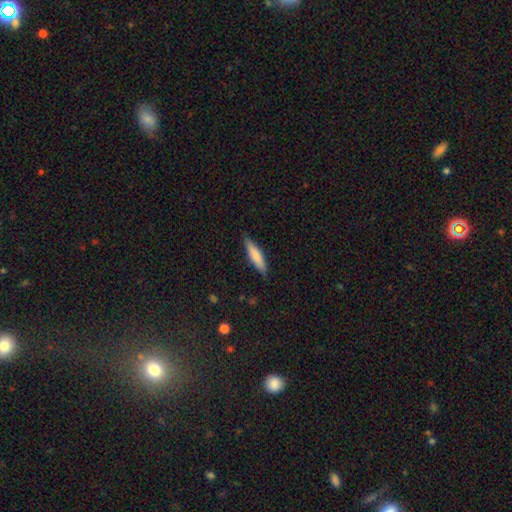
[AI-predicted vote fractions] Q: Smooth or featured?
A: smooth (76%); runner-up: featured or disk (19%)
Q: How rounded?
A: cigar-shaped (79%); runner-up: in between (20%)
Q: Merging?
A: none (85%); runner-up: minor disturbance (12%)